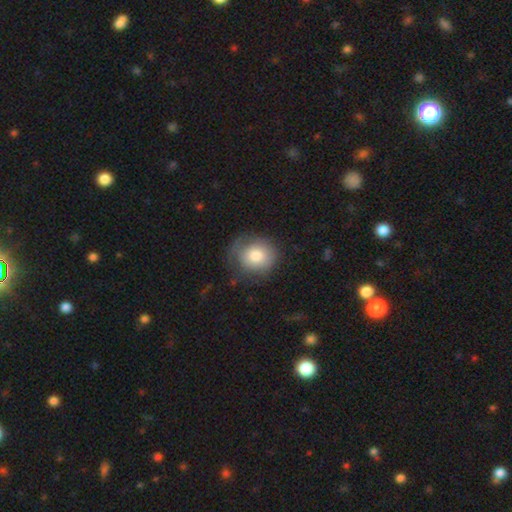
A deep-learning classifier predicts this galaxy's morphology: This is likely a smooth galaxy (75%). How rounded: clearly round (81%). Merging: likely none (63%).